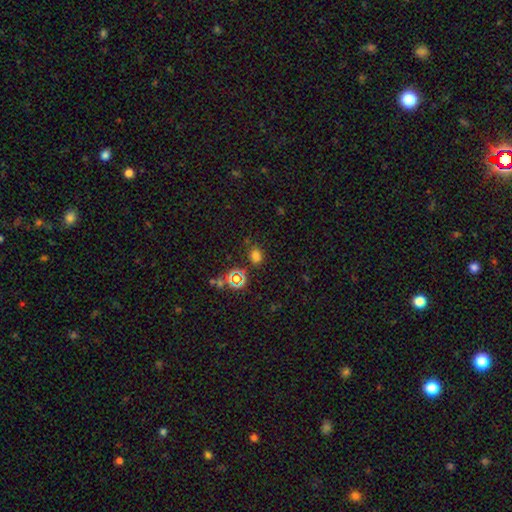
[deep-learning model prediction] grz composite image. It shows a smooth galaxy with no disk features (63%) that is round (59%). Merging: none (72%).